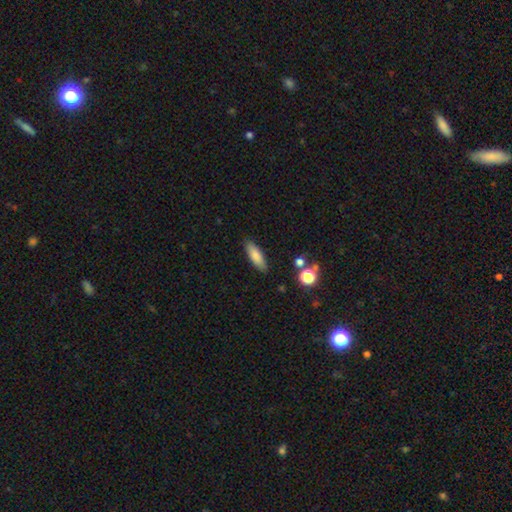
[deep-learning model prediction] Q: Smooth or featured?
A: smooth (81%); runner-up: featured or disk (12%)
Q: How rounded?
A: in between (58%); runner-up: cigar-shaped (40%)
Q: Merging?
A: none (86%); runner-up: minor disturbance (10%)